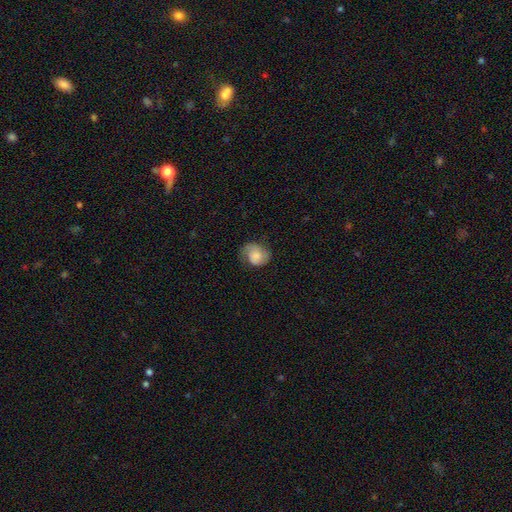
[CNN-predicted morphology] A smooth galaxy with no disk features (66%) that is round (60%). Merging: none (57%).